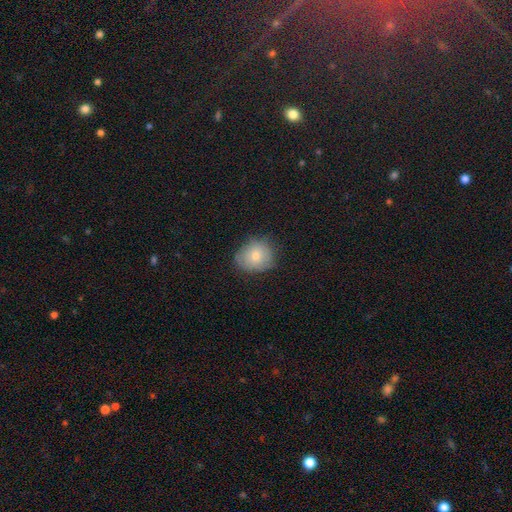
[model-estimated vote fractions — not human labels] Smooth or featured: smooth — 74% (featured or disk — 18%)
How rounded: round — 70% (in between — 29%)
Merging: none — 70% (minor disturbance — 23%)